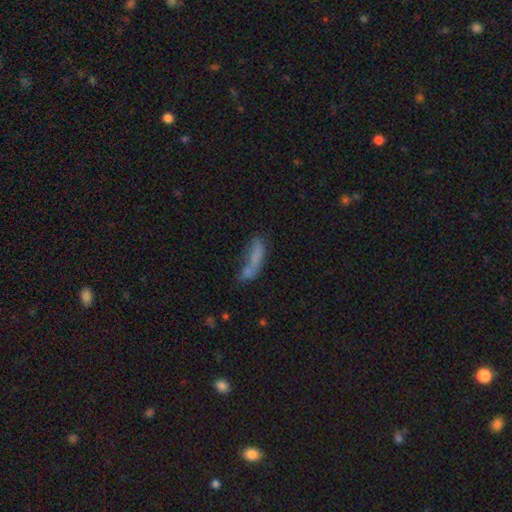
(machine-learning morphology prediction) Smooth or featured?
  - smooth: 68% *
  - featured or disk: 21%
  - star or artifact: 12%
How rounded?
  - cigar-shaped: 56% *
  - in between: 40%
  - round: 3%
Merging?
  - merger: 33% *
  - none: 31%
  - major disturbance: 18%
  - minor disturbance: 18%